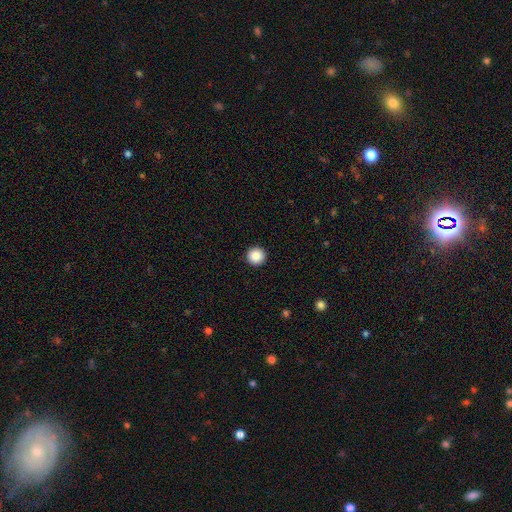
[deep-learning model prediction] Smooth or featured: smooth — 88% (star or artifact — 9%)
How rounded: round — 96% (in between — 3%)
Merging: none — 94% (minor disturbance — 4%)